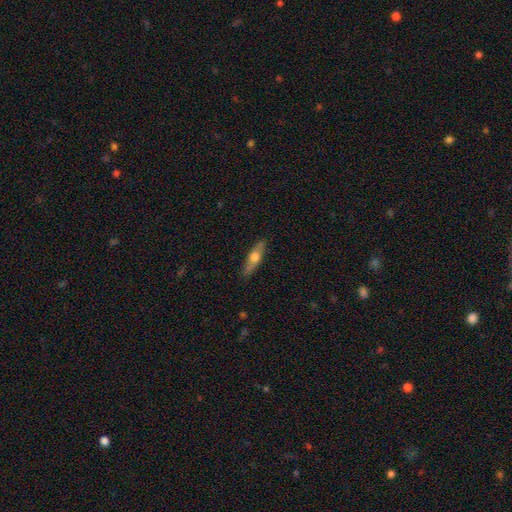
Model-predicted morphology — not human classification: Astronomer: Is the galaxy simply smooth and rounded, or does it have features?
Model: smooth — 48% (runner-up: featured or disk, 46%).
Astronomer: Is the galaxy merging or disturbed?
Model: none — 85%.